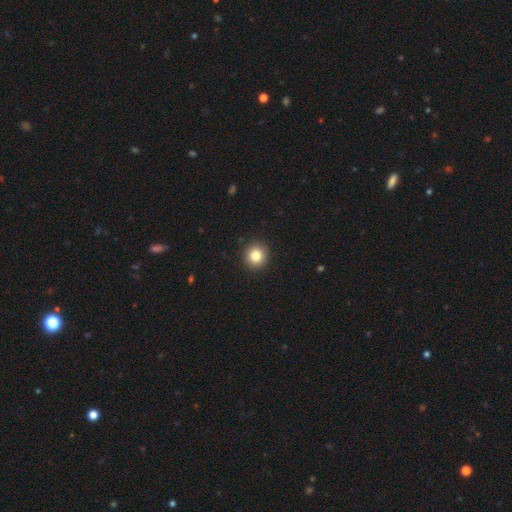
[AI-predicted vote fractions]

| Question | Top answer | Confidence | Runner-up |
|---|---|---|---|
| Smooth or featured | smooth | 83% | star or artifact (11%) |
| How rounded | round | 93% | in between (6%) |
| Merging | none | 93% | minor disturbance (5%) |